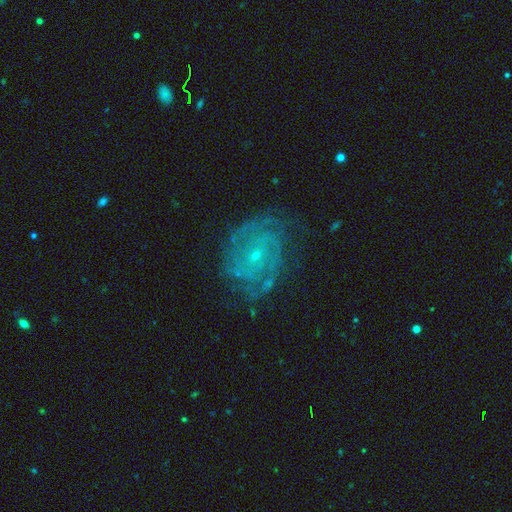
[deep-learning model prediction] This is clearly a featured or disk galaxy (83%). It is clearly not viewed edge-on (98%). Bar: likely no (68%). Spiral arm pattern: clearly yes (94%). Spiral arm count: marginally can't tell (29%, tied with 2). Spiral winding: likely tight (61%). Central bulge: clearly small (80%). Merging: likely none (74%).